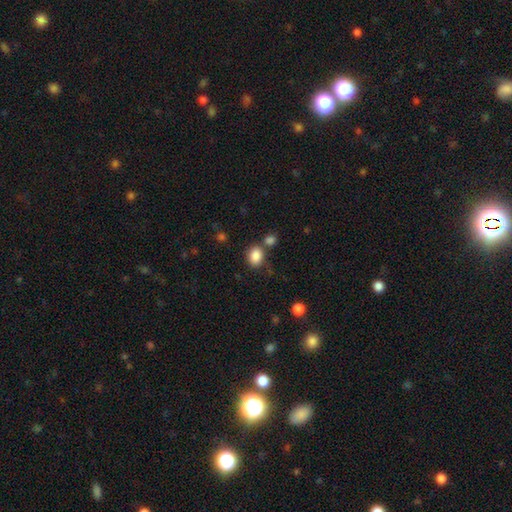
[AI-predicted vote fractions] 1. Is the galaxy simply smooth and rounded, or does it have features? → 86% smooth, 9% star or artifact, 4% featured or disk.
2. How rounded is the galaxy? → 59% in between, 40% round, 1% cigar-shaped.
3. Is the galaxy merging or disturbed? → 65% none, 19% merger, 12% minor disturbance, 4% major disturbance.